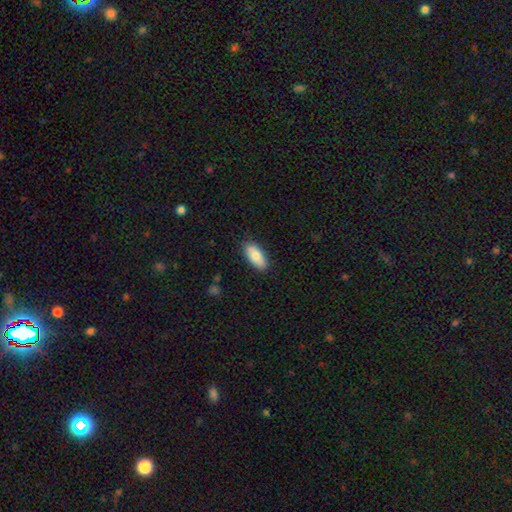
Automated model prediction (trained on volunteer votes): Q: Smooth or featured?
A: smooth (80%); runner-up: featured or disk (14%)
Q: How rounded?
A: in between (85%); runner-up: cigar-shaped (13%)
Q: Merging?
A: none (87%); runner-up: minor disturbance (10%)